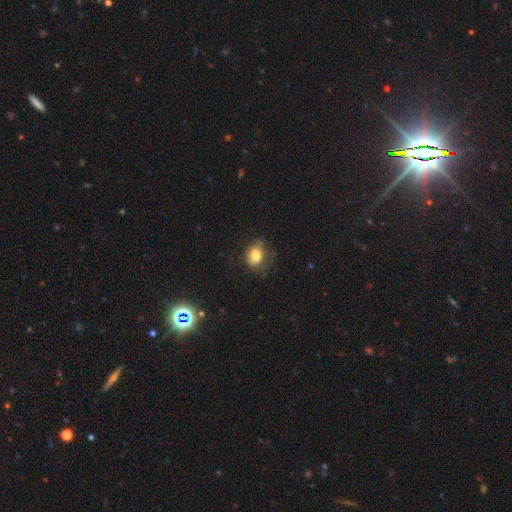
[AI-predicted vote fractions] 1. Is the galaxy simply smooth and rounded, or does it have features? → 81% smooth, 10% star or artifact, 9% featured or disk.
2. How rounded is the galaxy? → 49% round (tied), 49% in between (tied), 1% cigar-shaped.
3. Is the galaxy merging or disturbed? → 63% none, 26% minor disturbance, 10% major disturbance, 2% merger.